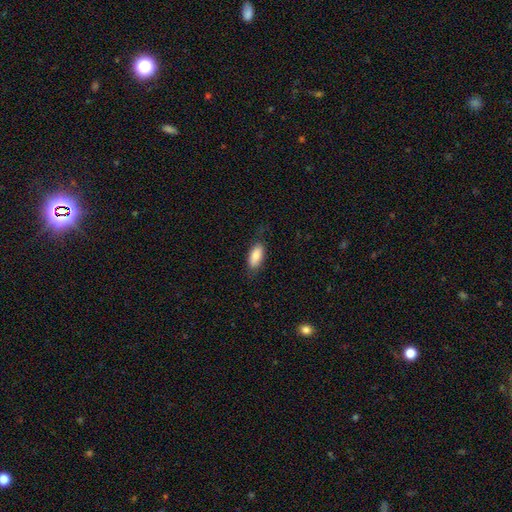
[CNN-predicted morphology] This is clearly a smooth galaxy (83%). How rounded: clearly in between (86%). Merging: likely none (73%).